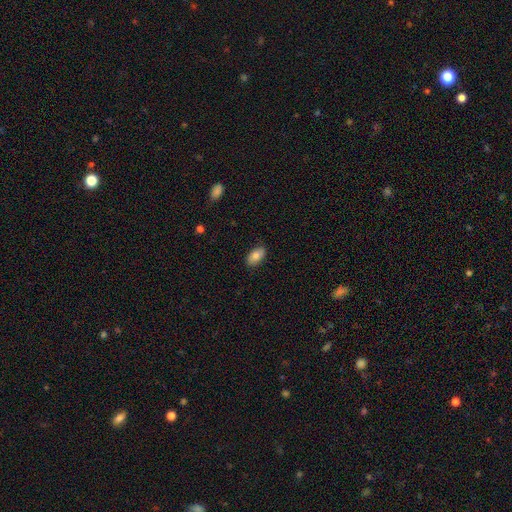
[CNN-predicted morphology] smooth 82%, featured or disk 10%, star or artifact 7%. Down the decision tree: how rounded — in between (94%); merging — none (85%).